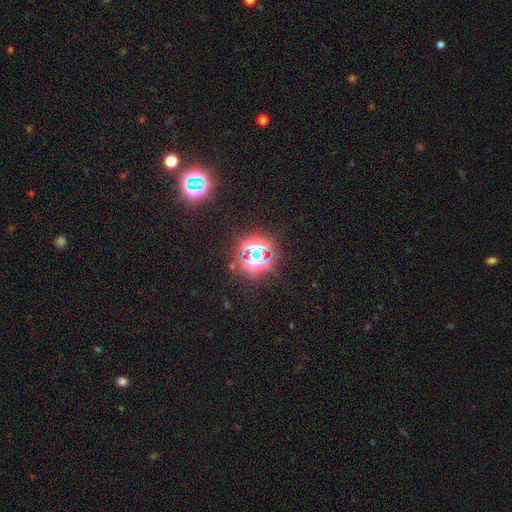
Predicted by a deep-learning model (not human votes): This appears to be a star or artifact, not a galaxy (72%).